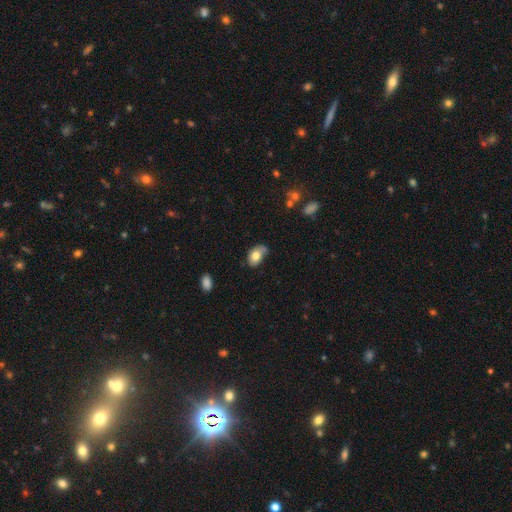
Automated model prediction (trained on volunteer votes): Q: Smooth or featured?
A: smooth (75%); runner-up: featured or disk (17%)
Q: How rounded?
A: in between (87%); runner-up: round (12%)
Q: Merging?
A: none (46%); runner-up: minor disturbance (39%)